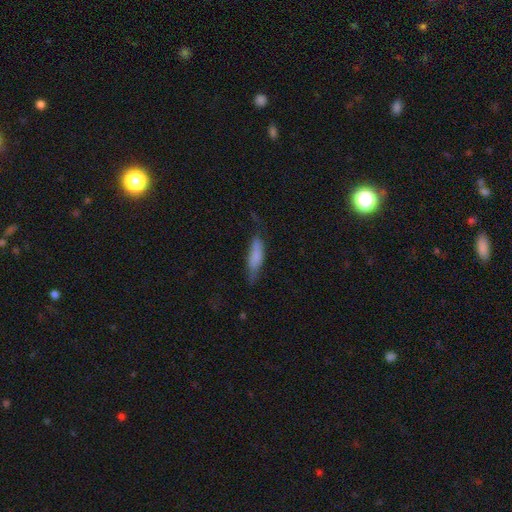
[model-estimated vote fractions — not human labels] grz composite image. It shows a smooth galaxy with no disk features (75%) that is cigar-shaped (57%). Merging: none (52%).